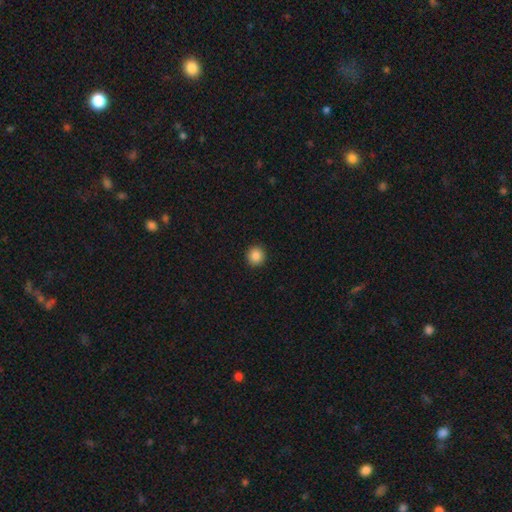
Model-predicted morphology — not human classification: This is clearly a smooth galaxy (87%). How rounded: clearly round (94%). Merging: clearly none (93%).